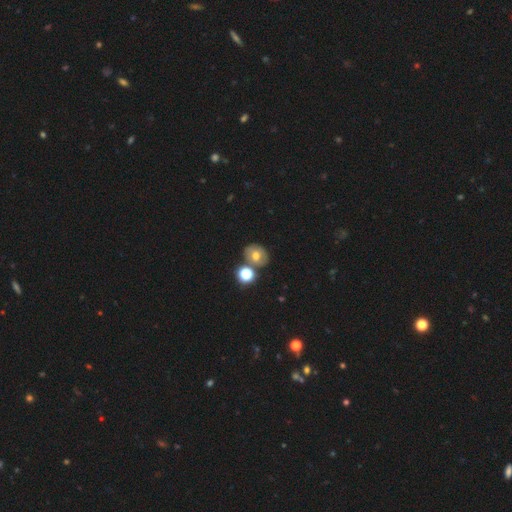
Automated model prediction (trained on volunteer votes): This is possibly a smooth galaxy (58%). How rounded: possibly round (54%). Merging: likely none (64%).